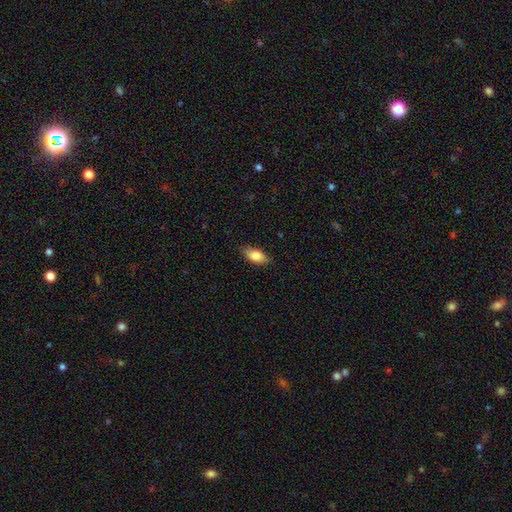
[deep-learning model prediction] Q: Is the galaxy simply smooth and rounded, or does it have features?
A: smooth — 82%.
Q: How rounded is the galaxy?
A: in between — 87%.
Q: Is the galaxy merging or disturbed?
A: none — 84%.